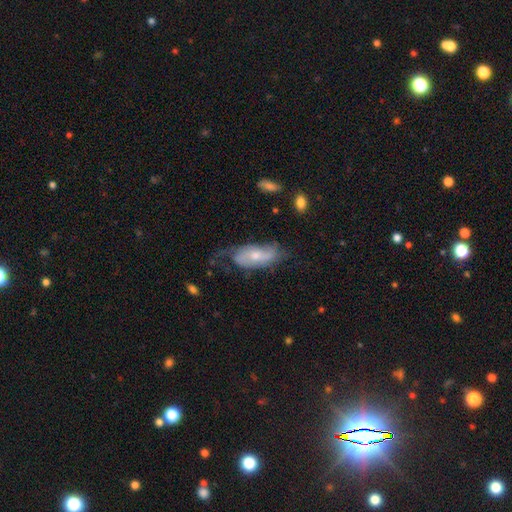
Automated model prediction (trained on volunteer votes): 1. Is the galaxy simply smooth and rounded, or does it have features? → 60% featured or disk, 33% smooth, 7% star or artifact.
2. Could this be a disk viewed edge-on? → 87% no, 13% yes.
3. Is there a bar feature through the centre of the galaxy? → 63% no, 30% weak, 7% strong.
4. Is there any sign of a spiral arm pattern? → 81% yes, 19% no.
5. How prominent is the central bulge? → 49% moderate, 44% small, 3% large, 2% none, 1% dominant.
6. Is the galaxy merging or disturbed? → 44% none, 29% minor disturbance, 24% major disturbance, 3% merger.